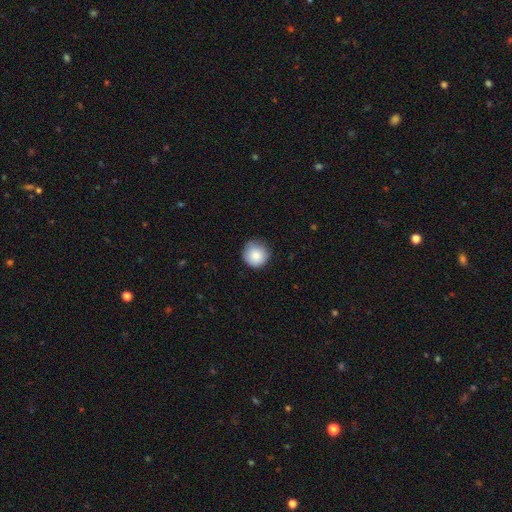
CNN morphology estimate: type=smooth (86%); roundness=round (95%); merging=none (80%).